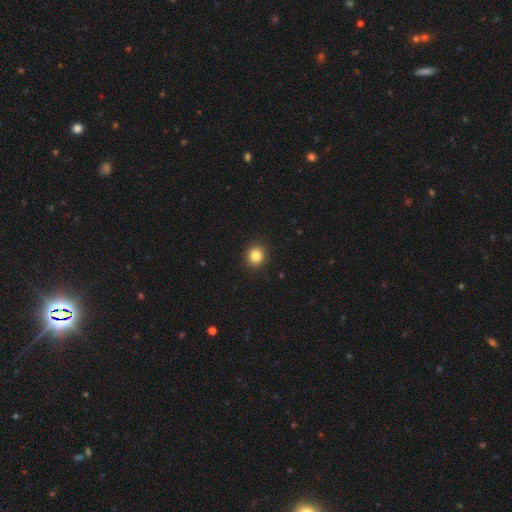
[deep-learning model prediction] This appears to be a smooth galaxy with no disk features (85%) that is round (86%). Merging: none (91%).